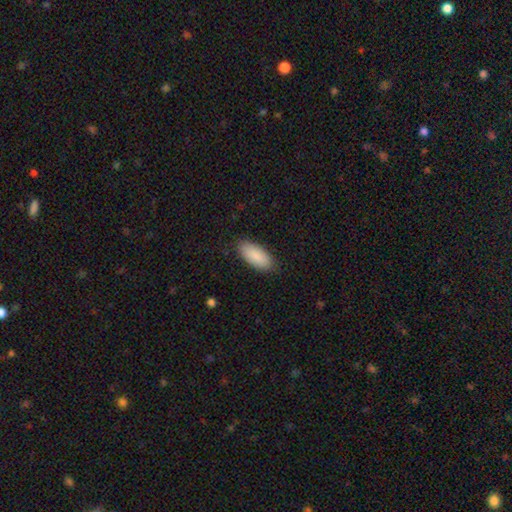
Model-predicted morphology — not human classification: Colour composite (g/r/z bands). It shows a smooth galaxy with no disk features (89%) that is in between round and cigar-shaped (88%). Merging: none (86%).